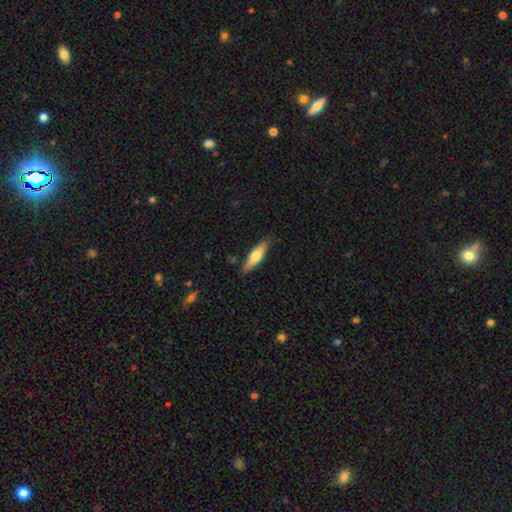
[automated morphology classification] Smooth or featured? smooth (57%)
How rounded? cigar-shaped (70%)
Merging? none (84%)